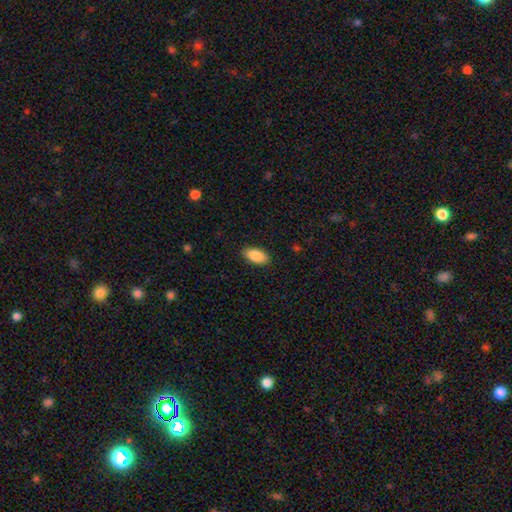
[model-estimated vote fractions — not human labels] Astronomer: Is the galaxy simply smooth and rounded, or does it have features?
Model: smooth — 89%.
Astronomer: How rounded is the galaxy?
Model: in between — 94%.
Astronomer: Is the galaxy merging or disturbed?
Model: none — 89%.